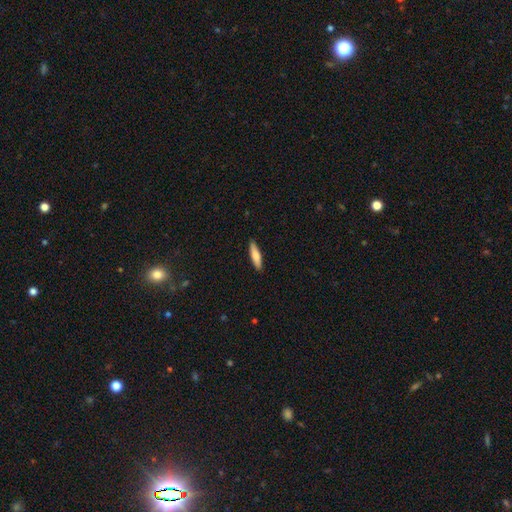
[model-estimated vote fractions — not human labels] Smooth or featured: smooth — 74% (featured or disk — 21%)
How rounded: cigar-shaped — 76% (in between — 23%)
Merging: none — 89% (minor disturbance — 8%)